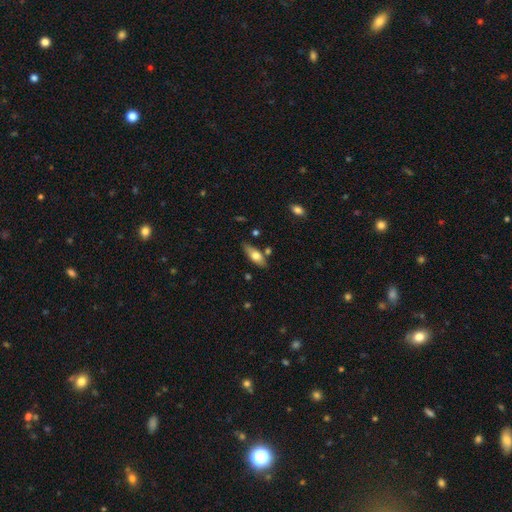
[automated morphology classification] A smooth galaxy with no disk features (63%) that is in between round and cigar-shaped (69%). Merging: none (77%).